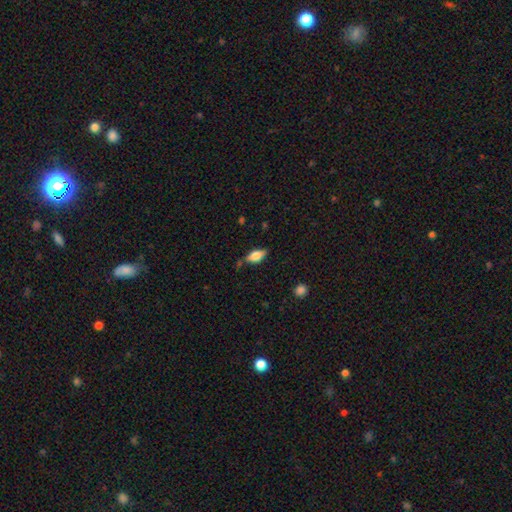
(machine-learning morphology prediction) Overall: smooth (63%; featured or disk 29%). How rounded: in between (83%). Merging: none (73%).